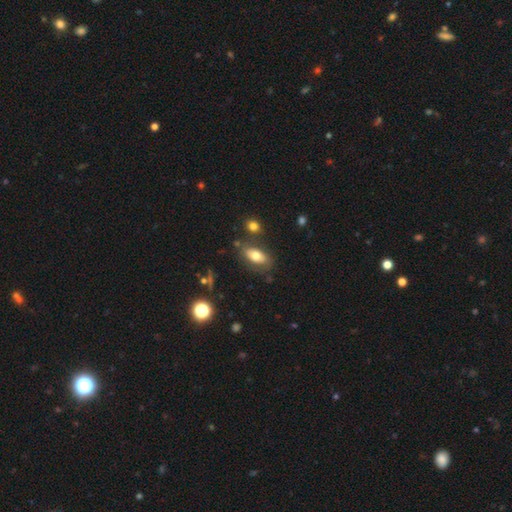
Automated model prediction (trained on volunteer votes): Q: Smooth or featured?
A: smooth (70%); runner-up: featured or disk (22%)
Q: How rounded?
A: in between (88%); runner-up: cigar-shaped (8%)
Q: Merging?
A: none (73%); runner-up: minor disturbance (15%)